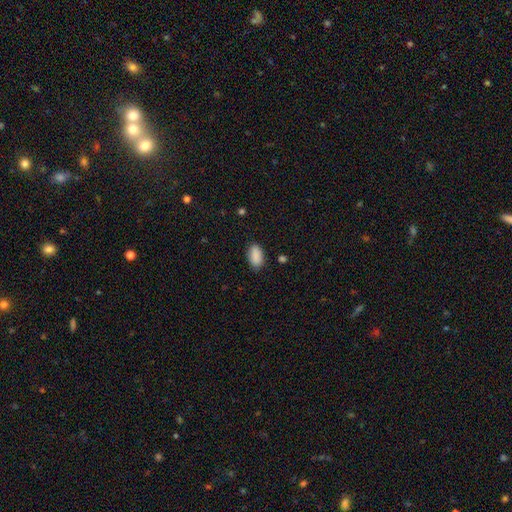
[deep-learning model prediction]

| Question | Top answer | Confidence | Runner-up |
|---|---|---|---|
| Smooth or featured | smooth | 89% | star or artifact (7%) |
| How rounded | in between | 93% | round (4%) |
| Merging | none | 83% | minor disturbance (13%) |